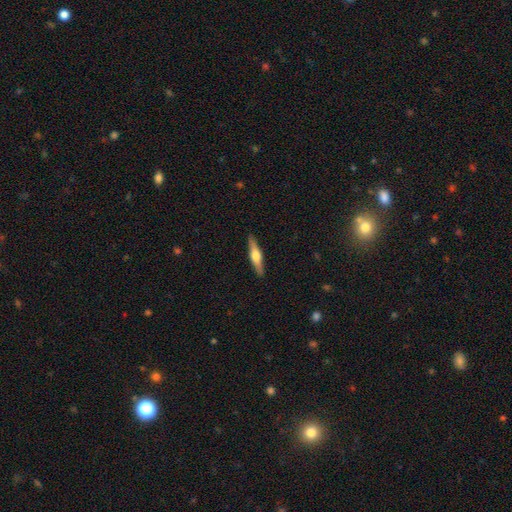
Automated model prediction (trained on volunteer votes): featured or disk 62%, smooth 32%, star or artifact 5%. Down the decision tree: edge-on disk — yes (97%); edge-on bulge — rounded (92%); merging — none (90%).